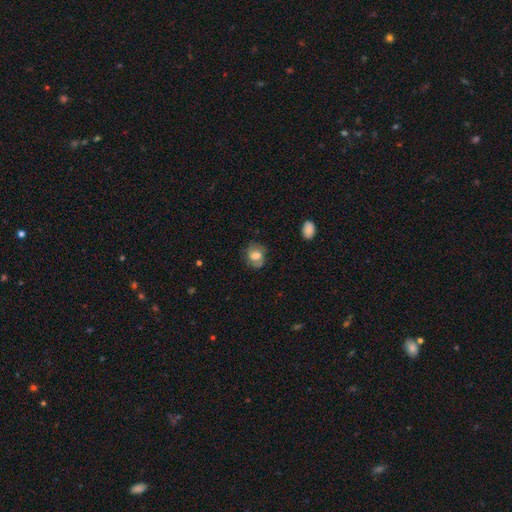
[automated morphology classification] smooth_or_featured: smooth (p=0.62) [alt: featured or disk p=0.29]
how_rounded: in between (p=0.50) [alt: round p=0.49]
merging: none (p=0.62) [alt: minor disturbance p=0.23]